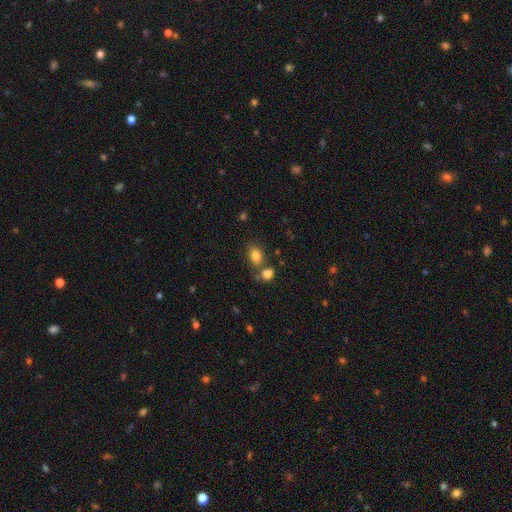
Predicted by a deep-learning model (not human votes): This is clearly a smooth galaxy (82%). How rounded: likely in between (70%). Merging: likely none (60%).